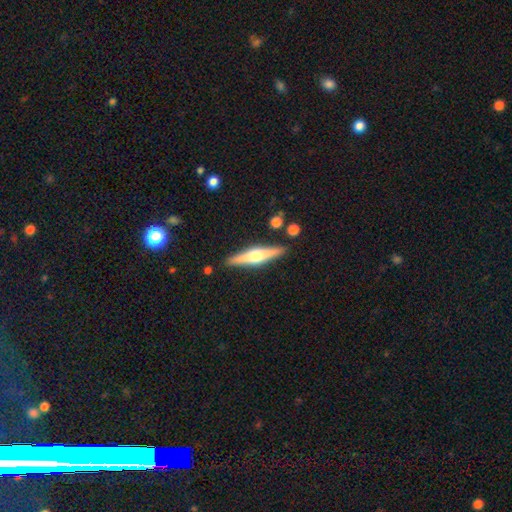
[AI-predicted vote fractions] This appears to be a featured or disk galaxy (68%) viewed edge-on (97%) with a rounded central bulge (92%). Merging: none (89%).